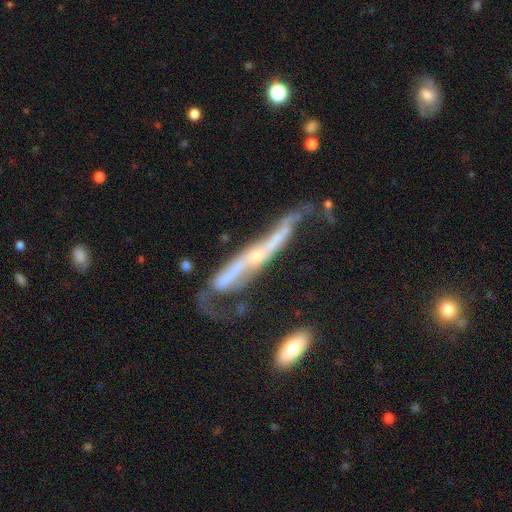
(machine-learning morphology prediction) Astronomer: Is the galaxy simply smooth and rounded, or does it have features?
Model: featured or disk — 80%.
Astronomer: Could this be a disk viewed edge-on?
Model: yes — 56% (runner-up: no, 44%).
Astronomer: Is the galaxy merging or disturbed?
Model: none — 36% (runner-up: major disturbance, 32%).